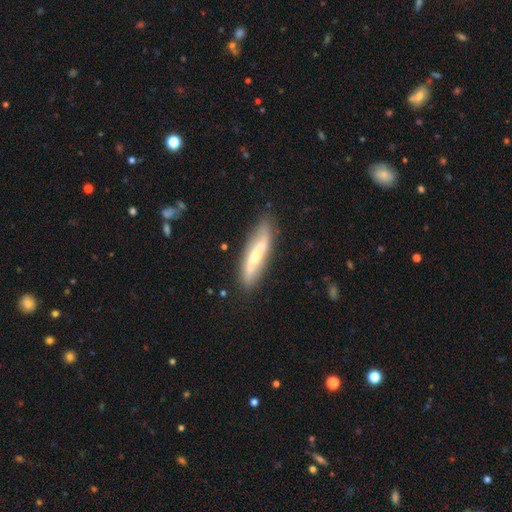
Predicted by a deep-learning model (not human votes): smooth_or_featured: featured or disk (p=0.59) [alt: smooth p=0.35]
disk_edge_on: no (p=0.54) [alt: yes p=0.46]
merging: none (p=0.78) [alt: minor disturbance p=0.16]